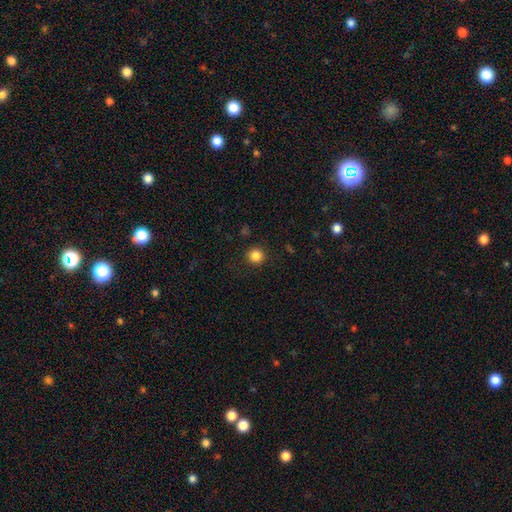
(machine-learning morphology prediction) Overall: smooth (85%). How rounded: round (94%). Merging: none (91%).